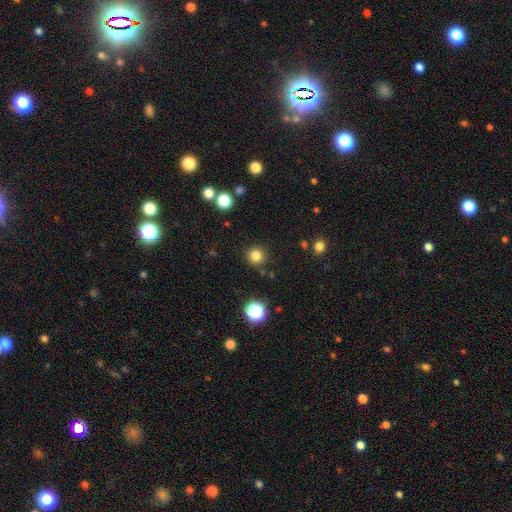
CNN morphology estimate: Smooth or featured: smooth — 82% (star or artifact — 14%)
How rounded: round — 94% (in between — 5%)
Merging: none — 89% (minor disturbance — 7%)